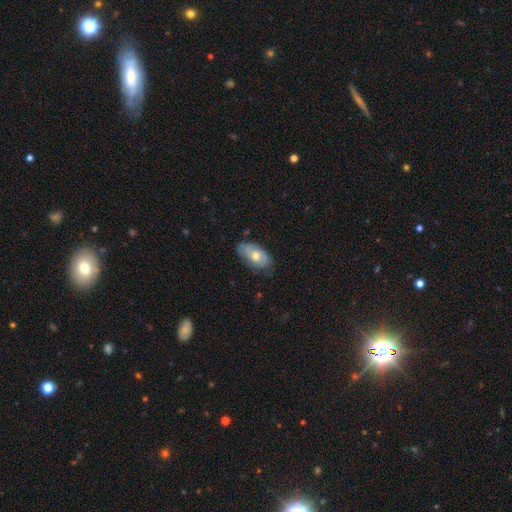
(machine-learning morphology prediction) Overall: smooth (53%; featured or disk 41%). How rounded: in between (91%). Merging: none (65%; minor disturbance 27%).